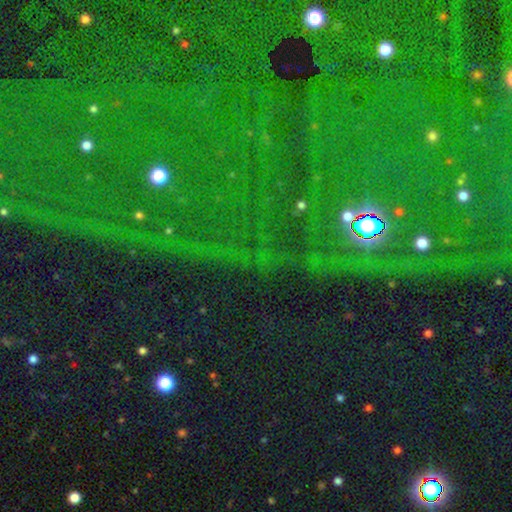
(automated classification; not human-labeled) A star or artifact, not a galaxy (86%).